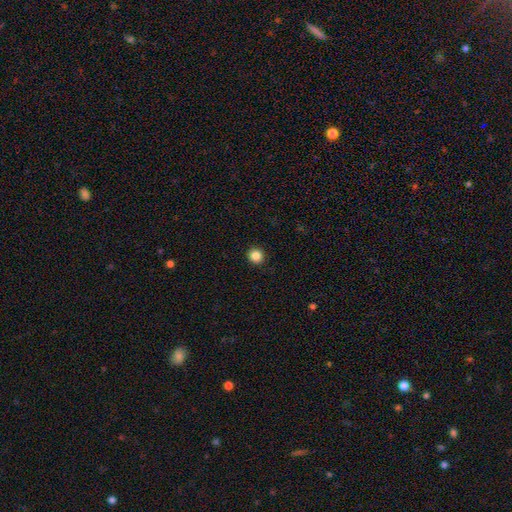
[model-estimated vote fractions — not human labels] Q: Smooth or featured?
A: smooth (86%); runner-up: star or artifact (11%)
Q: How rounded?
A: round (94%); runner-up: in between (5%)
Q: Merging?
A: none (93%); runner-up: minor disturbance (4%)